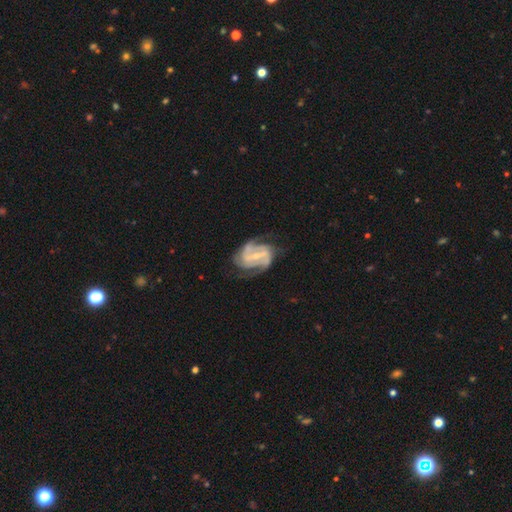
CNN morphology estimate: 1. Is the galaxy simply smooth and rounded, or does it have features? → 88% featured or disk, 7% smooth, 5% star or artifact.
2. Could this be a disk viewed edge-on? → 98% no, 2% yes.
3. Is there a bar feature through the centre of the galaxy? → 44% weak, 38% strong, 19% no.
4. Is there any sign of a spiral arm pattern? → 96% yes, 4% no.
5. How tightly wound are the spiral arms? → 46% medium, 40% tight, 15% loose.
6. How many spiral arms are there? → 43% 2, 25% 3, 16% can't tell, 8% 4, 4% 1, 4% more than 4.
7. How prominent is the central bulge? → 62% small, 33% moderate, 3% none, 1% large, 1% dominant.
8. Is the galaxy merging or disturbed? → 64% none, 21% minor disturbance, 13% major disturbance, 2% merger.